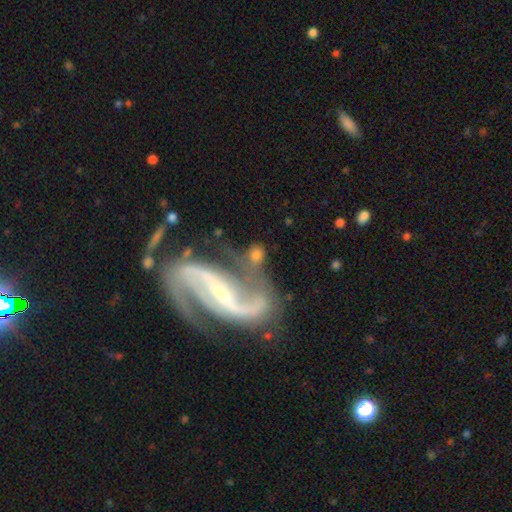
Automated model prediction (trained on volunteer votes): smooth-or-featured: featured or disk: 75% | smooth: 18% | star or artifact: 7%
  disk-edge-on: no: 93% | yes: 7%
    bar: strong: 38% (tied) | weak: 38% (tied) | no: 23%
    has-spiral-arms: yes: 91% | no: 9%
      spiral-winding: loose: 64% | medium: 28% | tight: 8%
      spiral-arm-count: 2: 89% | 1: 4% | can't tell: 3% | 3: 2% | 4: 1% | more than 4: 1%
    bulge-size: small: 49% | moderate: 29% | none: 11% | large: 8% | dominant: 2%
  merging: none: 46% | merger: 24% | minor disturbance: 16% | major disturbance: 14%